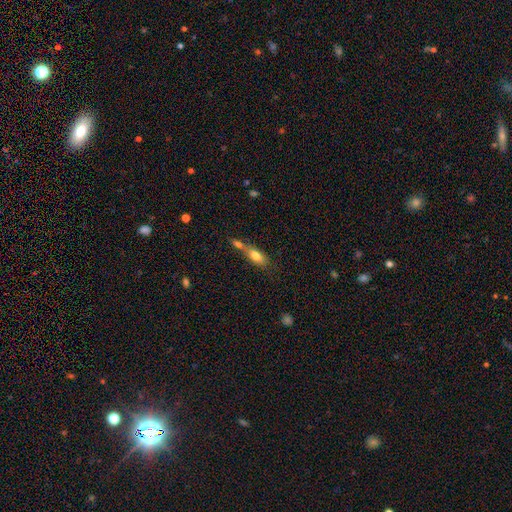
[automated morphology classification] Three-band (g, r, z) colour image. It shows a smooth galaxy with no disk features (75%) that is in between round and cigar-shaped (78%). Merging: merger (52%).